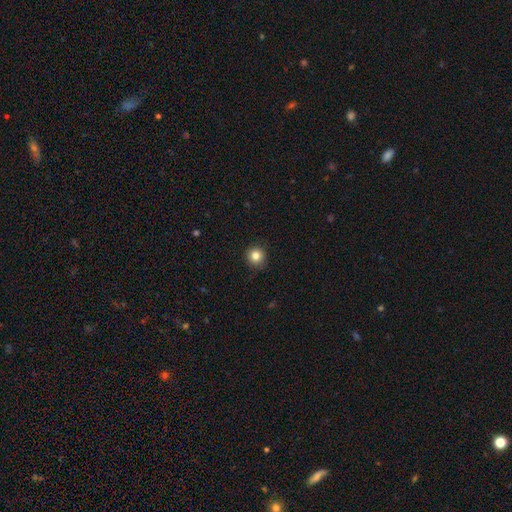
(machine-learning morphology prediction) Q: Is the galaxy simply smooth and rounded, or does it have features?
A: smooth — 83%.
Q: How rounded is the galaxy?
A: round — 94%.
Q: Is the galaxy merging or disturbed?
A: none — 91%.